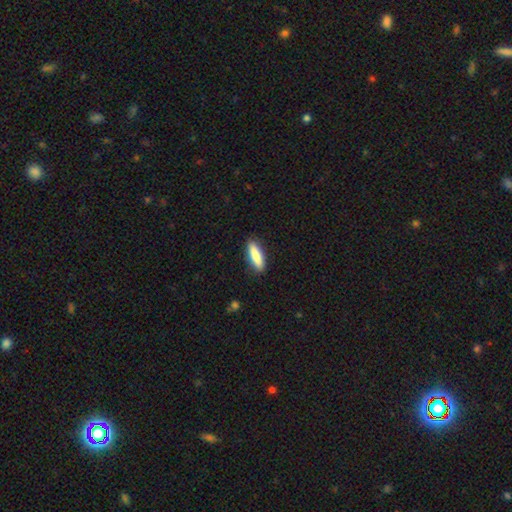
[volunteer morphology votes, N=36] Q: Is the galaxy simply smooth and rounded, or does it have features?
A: smooth — 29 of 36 (81%).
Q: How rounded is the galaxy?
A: cigar-shaped — 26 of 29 (90%).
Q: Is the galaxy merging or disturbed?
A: none — 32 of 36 (89%).